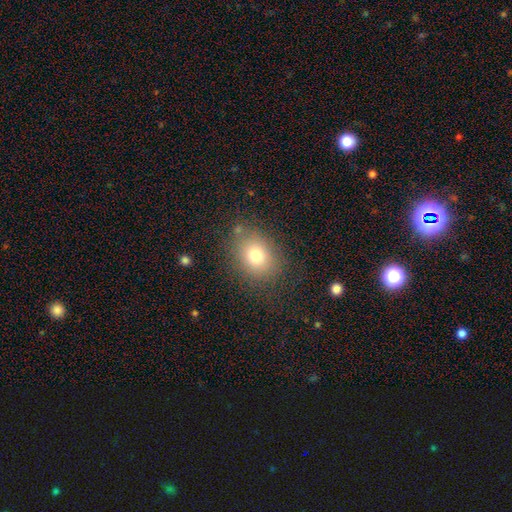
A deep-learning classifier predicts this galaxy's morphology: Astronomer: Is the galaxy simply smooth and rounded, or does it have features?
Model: smooth — 76%.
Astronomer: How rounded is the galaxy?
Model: in between — 56% (runner-up: round, 43%).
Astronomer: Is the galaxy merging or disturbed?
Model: none — 78%.